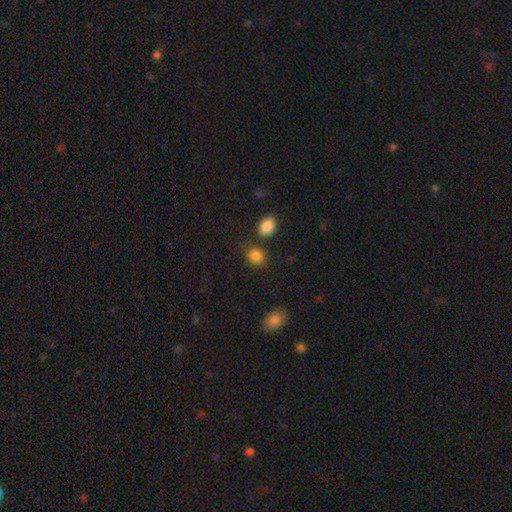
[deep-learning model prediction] Smooth or featured: smooth — 85% (star or artifact — 10%)
How rounded: round — 62% (in between — 37%)
Merging: none — 69% (minor disturbance — 14%)